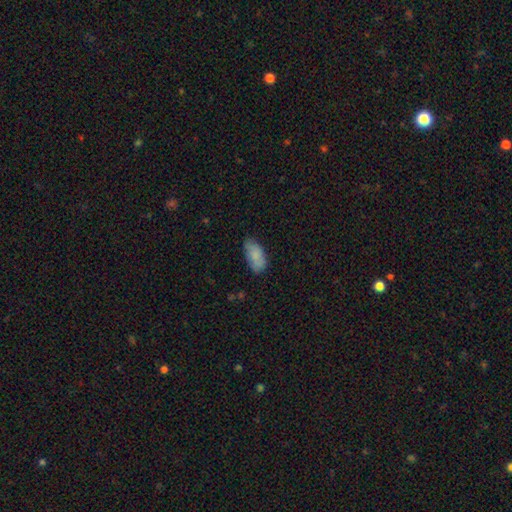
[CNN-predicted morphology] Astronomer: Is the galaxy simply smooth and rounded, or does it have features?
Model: smooth — 83%.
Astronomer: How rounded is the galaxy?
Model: in between — 93%.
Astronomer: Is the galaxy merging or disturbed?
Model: none — 70%.